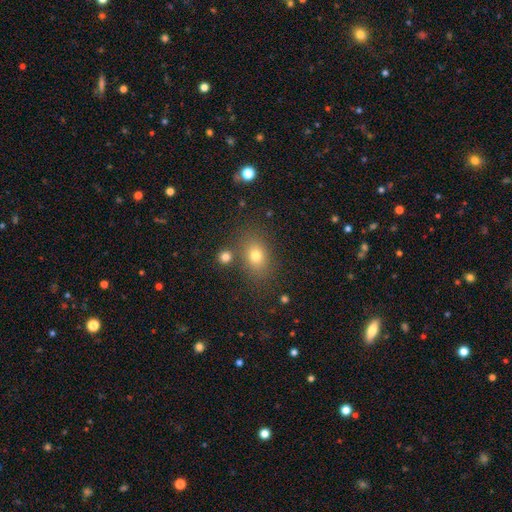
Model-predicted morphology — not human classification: Smooth or featured? smooth (75%)
How rounded? in between (67%)
Merging? none (76%)